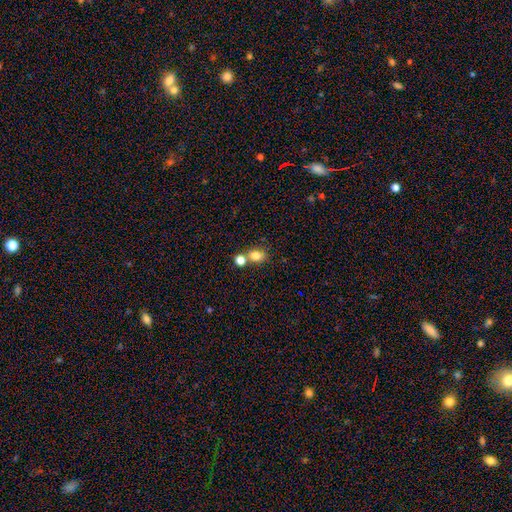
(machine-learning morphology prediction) Smooth or featured? smooth (81%)
How rounded? in between (50%)
Merging? none (55%)